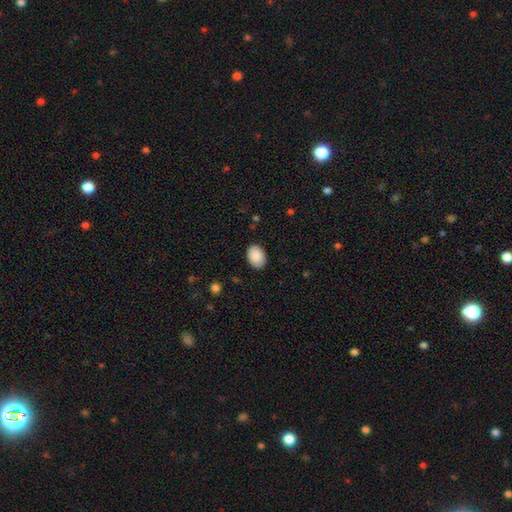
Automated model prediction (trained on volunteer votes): Smooth or featured: smooth — 90% (star or artifact — 7%)
How rounded: in between — 82% (round — 17%)
Merging: none — 87% (minor disturbance — 10%)